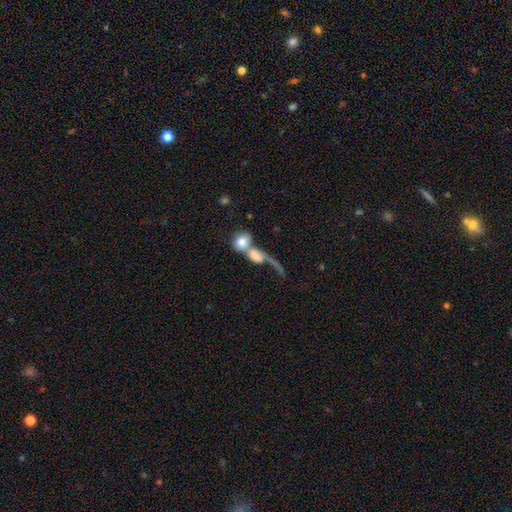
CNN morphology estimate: smooth-or-featured: smooth: 58% | featured or disk: 32% | star or artifact: 10%
  how-rounded: in between: 48% | round: 45% | cigar-shaped: 7%
  merging: merger: 67% | major disturbance: 15% | none: 12% | minor disturbance: 6%